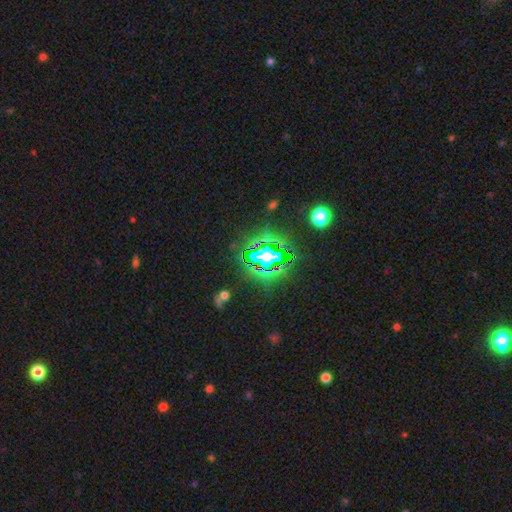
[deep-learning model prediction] Q: Smooth or featured?
A: star or artifact (84%); runner-up: smooth (9%)